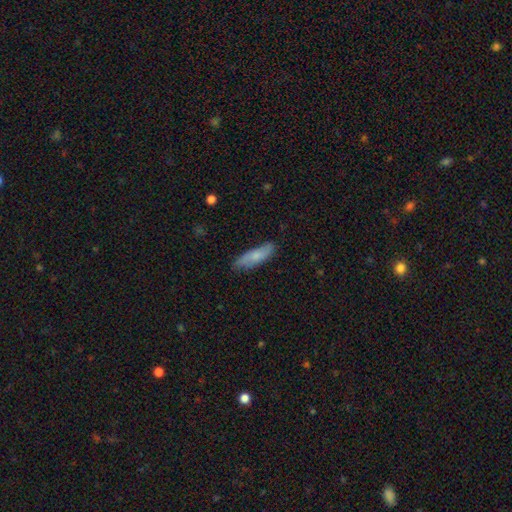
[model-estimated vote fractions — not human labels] Smooth or featured? Predicted: smooth (p=0.70). How rounded? Predicted: cigar-shaped (p=0.54). Merging? Predicted: none (p=0.77).